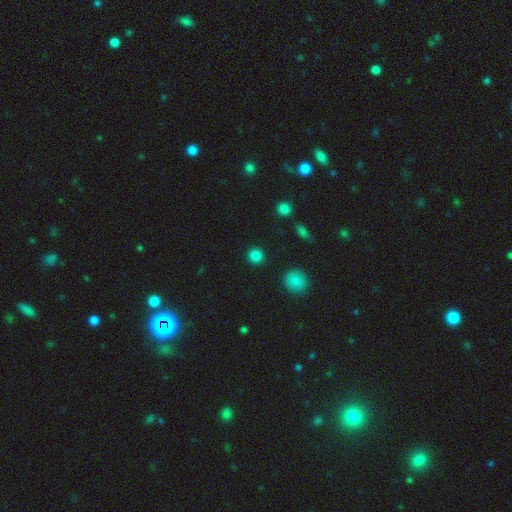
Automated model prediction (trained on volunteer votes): Q: Smooth or featured?
A: smooth (84%); runner-up: star or artifact (12%)
Q: How rounded?
A: round (93%); runner-up: in between (6%)
Q: Merging?
A: none (92%); runner-up: minor disturbance (5%)